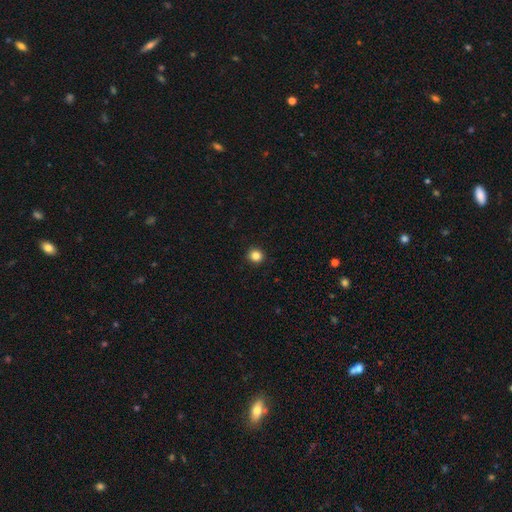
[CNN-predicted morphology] Q: Smooth or featured?
A: smooth (84%); runner-up: star or artifact (12%)
Q: How rounded?
A: round (91%); runner-up: in between (8%)
Q: Merging?
A: none (93%); runner-up: minor disturbance (5%)